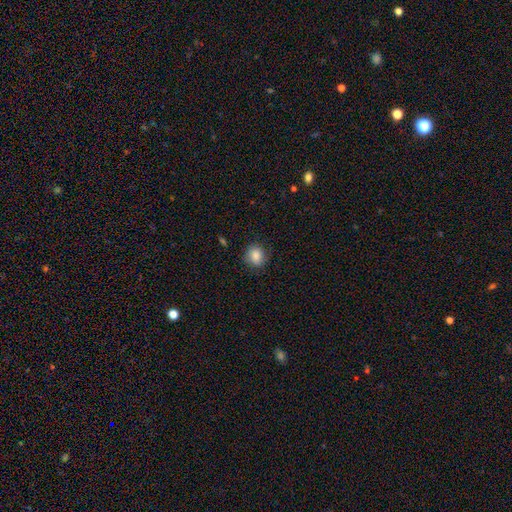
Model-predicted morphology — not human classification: This is clearly a smooth galaxy (85%). How rounded: likely round (78%). Merging: clearly none (81%).